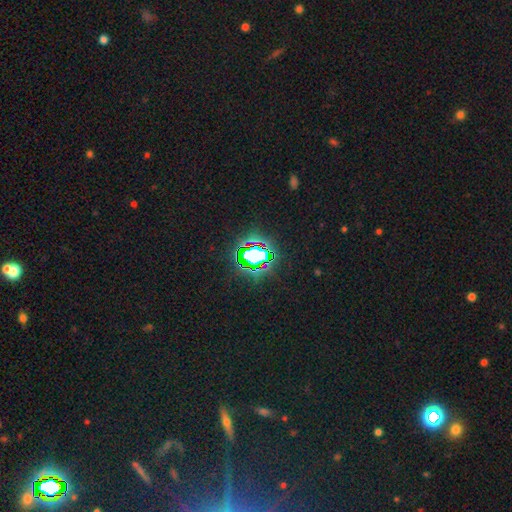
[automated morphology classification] Smooth or featured? Predicted: star or artifact (p=0.82).